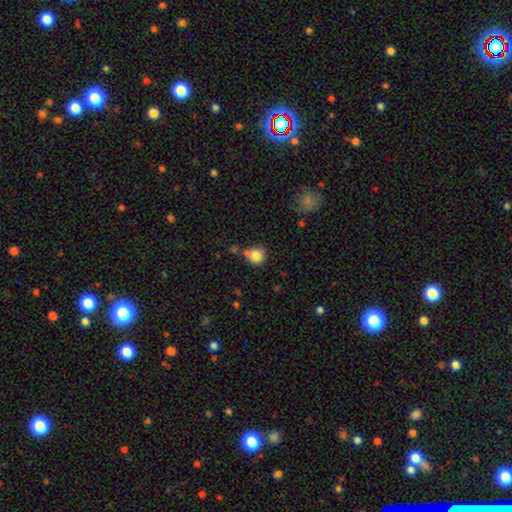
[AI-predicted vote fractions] Smooth or featured?
  - smooth: 83% *
  - star or artifact: 10%
  - featured or disk: 7%
How rounded?
  - round: 91% *
  - in between: 8%
  - cigar-shaped: 1%
Merging?
  - none: 67% *
  - merger: 15%
  - minor disturbance: 14%
  - major disturbance: 4%